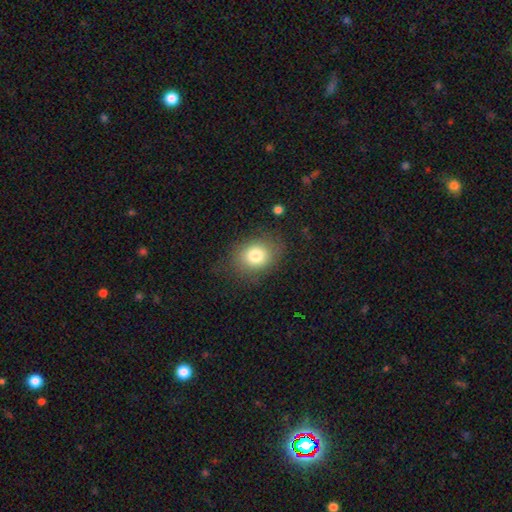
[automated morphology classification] A smooth galaxy with no disk features (79%) that is round (50%). Merging: none (76%).